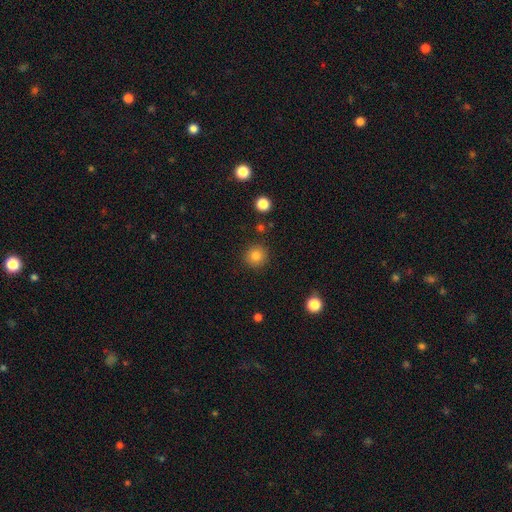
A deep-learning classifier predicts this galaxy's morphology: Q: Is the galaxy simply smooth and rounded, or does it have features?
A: smooth — 82%.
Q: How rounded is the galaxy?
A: round — 93%.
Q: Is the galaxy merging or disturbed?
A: none — 89%.